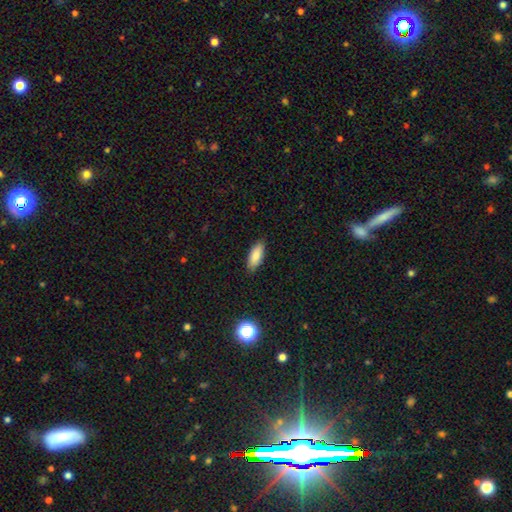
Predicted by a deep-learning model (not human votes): Morphology: type=smooth (84%); roundness=in between (75%); merging=none (87%).